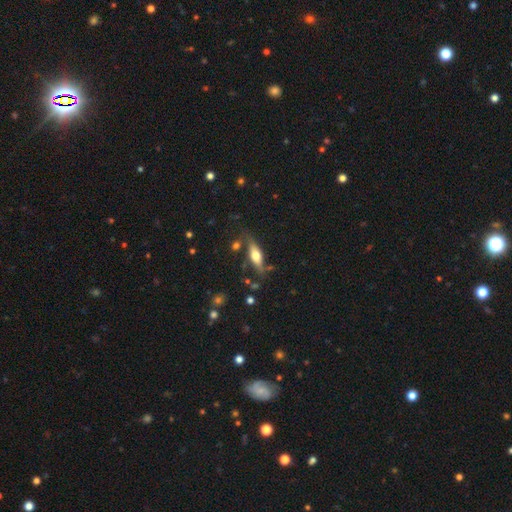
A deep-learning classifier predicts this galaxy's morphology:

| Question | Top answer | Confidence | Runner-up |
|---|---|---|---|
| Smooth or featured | smooth | 49% | featured or disk (44%) |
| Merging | none | 67% | minor disturbance (20%) |